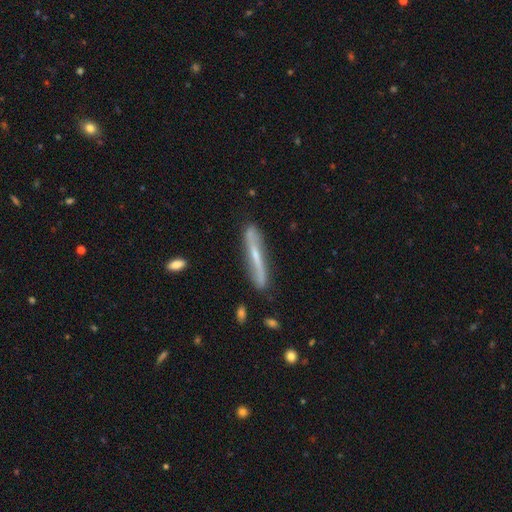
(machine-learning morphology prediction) Smooth or featured: featured or disk — 63% (smooth — 30%)
Edge-on disk: yes — 75% (no — 25%)
Merging: none — 79% (minor disturbance — 15%)